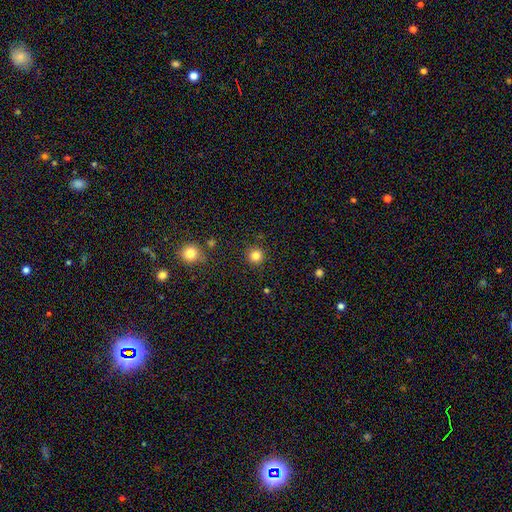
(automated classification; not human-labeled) smooth 83%, star or artifact 13%, featured or disk 4%. Down the decision tree: how rounded — round (94%); merging — none (90%).